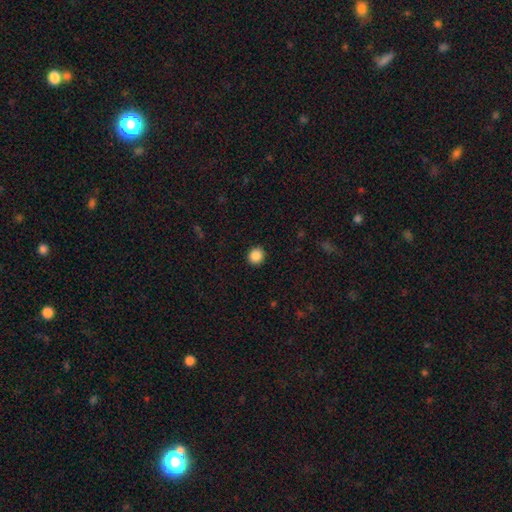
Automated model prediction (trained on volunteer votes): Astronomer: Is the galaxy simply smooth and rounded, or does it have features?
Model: smooth — 88%.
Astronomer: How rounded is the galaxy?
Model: round — 90%.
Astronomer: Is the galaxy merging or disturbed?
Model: none — 92%.